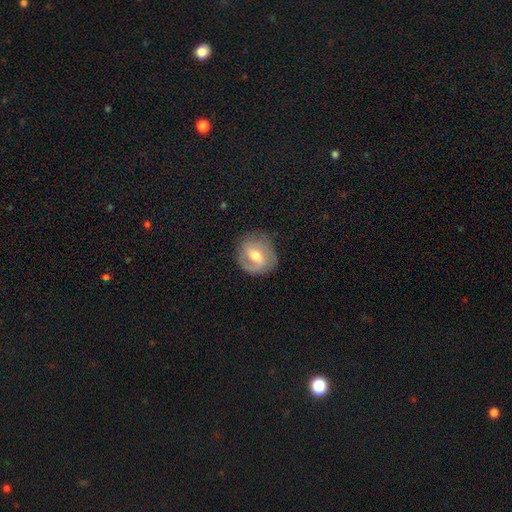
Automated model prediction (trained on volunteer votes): smooth-or-featured: featured or disk: 67% | smooth: 27% | star or artifact: 7%
  disk-edge-on: no: 96% | yes: 4%
    bar: weak: 51% | strong: 31% | no: 18%
    has-spiral-arms: yes: 83% | no: 17%
      spiral-winding: medium: 43% | tight: 35% | loose: 22%
      spiral-arm-count: 2: 68% | 1: 14% | can't tell: 13% | 3: 3% | 4: 1% | more than 4: 1%
    bulge-size: moderate: 65% | small: 26% | large: 7% | none: 2% | dominant: 1%
  merging: none: 78% | minor disturbance: 15% | major disturbance: 6% | merger: 1%